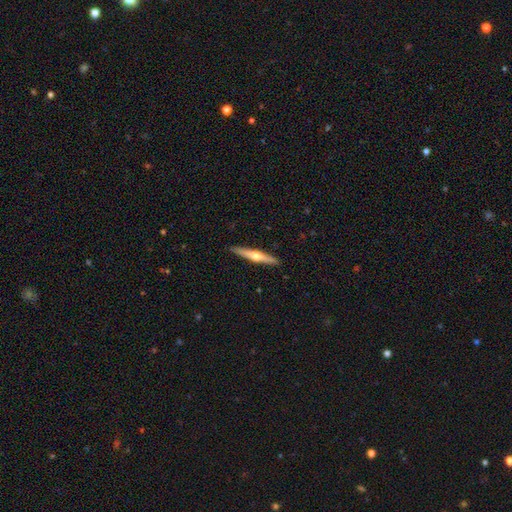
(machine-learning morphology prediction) type=featured or disk (62%); edge-on=yes (97%); edge-on bulge=rounded (90%); merging=none (91%).